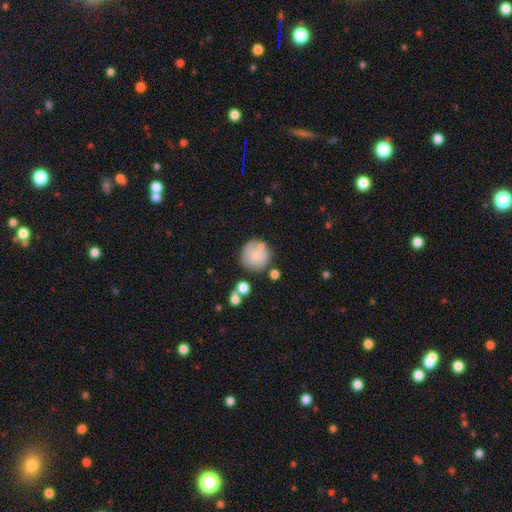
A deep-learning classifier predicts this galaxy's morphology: smooth 74%, featured or disk 18%, star or artifact 8%. Down the decision tree: how rounded — round (93%); merging — none (67%).